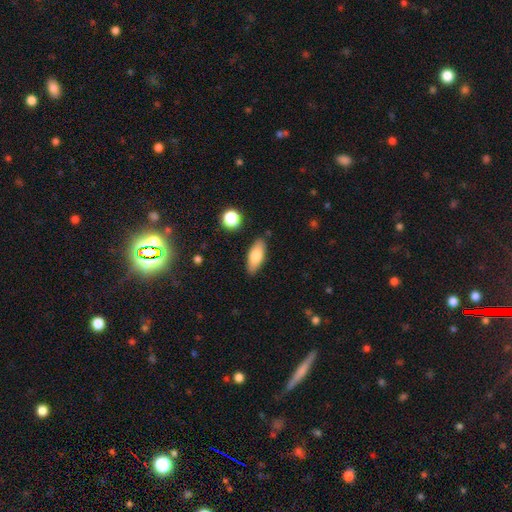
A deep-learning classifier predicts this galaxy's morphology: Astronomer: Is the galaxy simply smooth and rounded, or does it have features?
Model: smooth — 75%.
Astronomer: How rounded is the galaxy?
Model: in between — 78%.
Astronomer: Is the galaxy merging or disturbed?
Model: none — 85%.